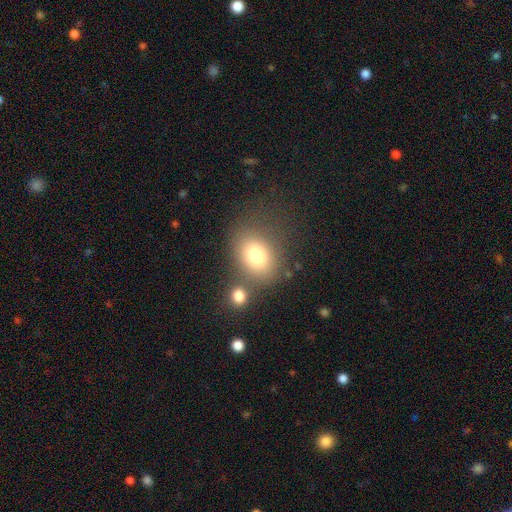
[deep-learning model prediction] This appears to be a smooth galaxy with no disk features (79%) that is in between round and cigar-shaped (63%). Merging: none (62%).